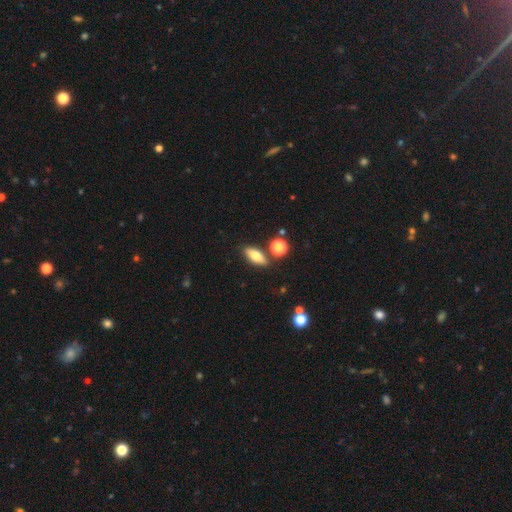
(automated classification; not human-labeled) smooth 72%, featured or disk 20%, star or artifact 8%. Down the decision tree: how rounded — in between (70%); merging — none (79%).